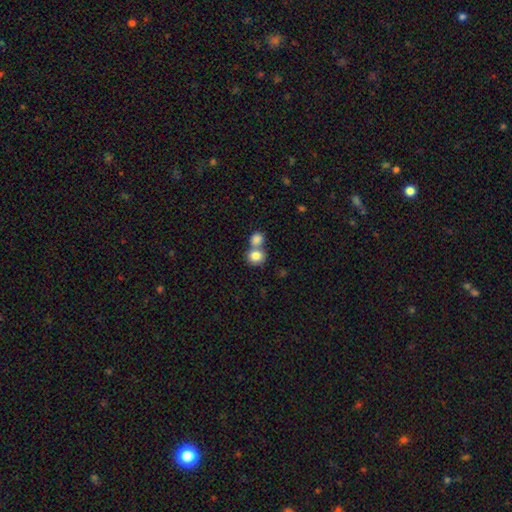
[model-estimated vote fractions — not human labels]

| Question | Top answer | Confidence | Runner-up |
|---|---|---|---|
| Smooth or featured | smooth | 83% | star or artifact (9%) |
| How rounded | round | 80% | in between (19%) |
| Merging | merger | 52% | none (40%) |